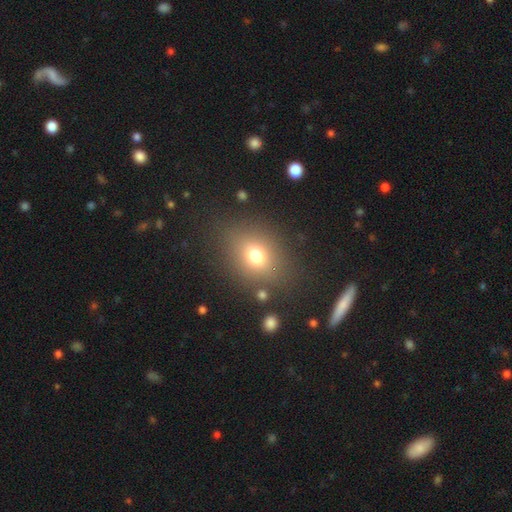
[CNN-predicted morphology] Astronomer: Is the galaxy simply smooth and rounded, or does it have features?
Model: smooth — 72%.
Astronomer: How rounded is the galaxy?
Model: round — 53% (runner-up: in between, 46%).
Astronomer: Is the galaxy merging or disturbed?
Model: none — 80%.